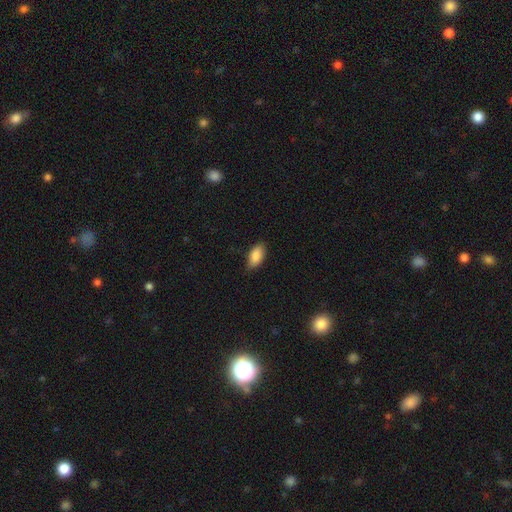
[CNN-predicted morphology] Smooth or featured: smooth — 87% (star or artifact — 7%)
How rounded: in between — 92% (cigar-shaped — 5%)
Merging: none — 81% (minor disturbance — 15%)